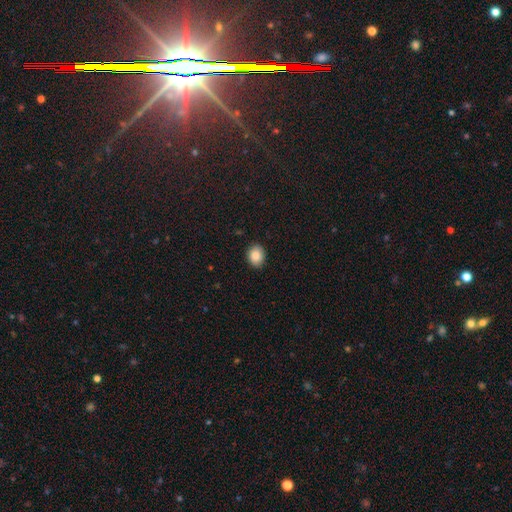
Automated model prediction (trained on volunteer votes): Overall: smooth (88%). How rounded: in between (59%; round 41%). Merging: none (87%).